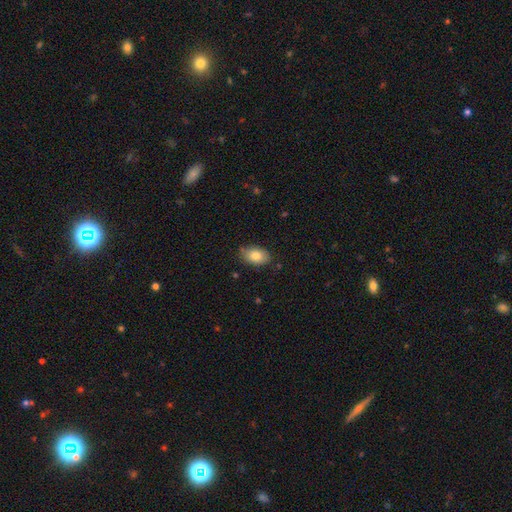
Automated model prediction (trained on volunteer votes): A smooth galaxy with no disk features (82%) that is in between round and cigar-shaped (90%).

Vote fractions:
- Smooth or featured? smooth: 82% / featured or disk: 11% / star or artifact: 7%
- How rounded? in between: 90% / round: 9% / cigar-shaped: 1%
- Merging? none: 79% / minor disturbance: 17% / major disturbance: 3% / merger: 1%